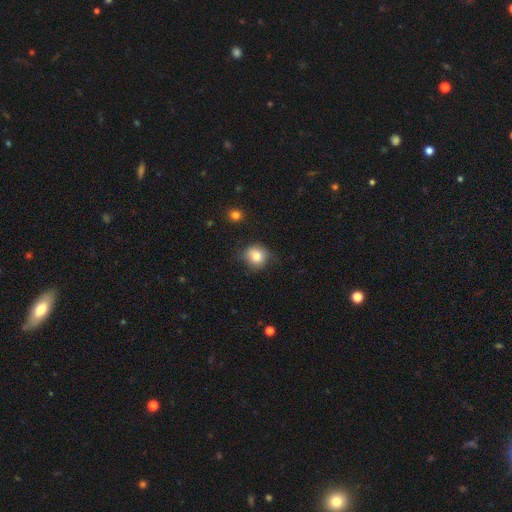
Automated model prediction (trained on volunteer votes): Morphology: type=smooth (80%); roundness=round (83%); merging=none (73%).